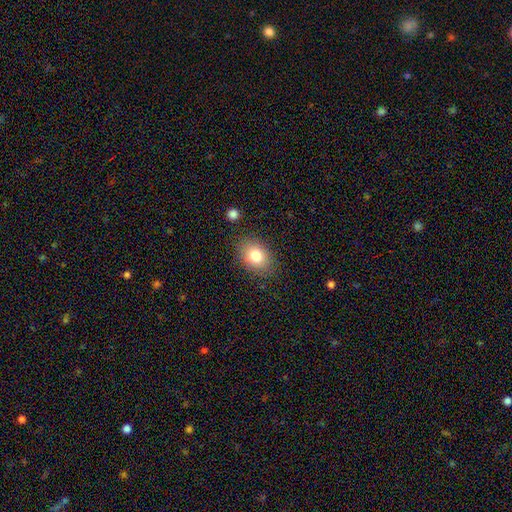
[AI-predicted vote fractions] Overall: smooth (79%). How rounded: in between (68%; round 31%). Merging: none (84%).